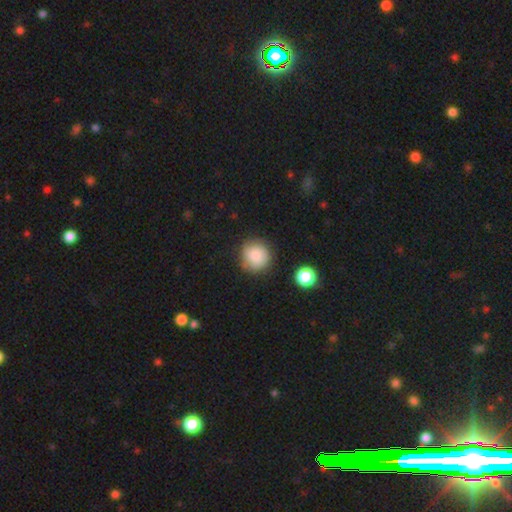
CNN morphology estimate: smooth 82%, featured or disk 10%, star or artifact 9%. Down the decision tree: how rounded — round (91%); merging — none (77%).